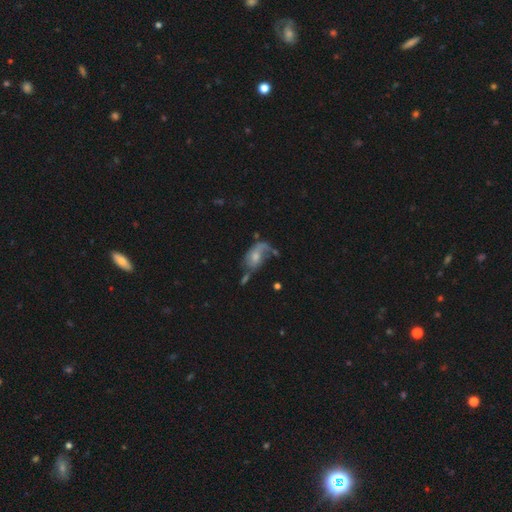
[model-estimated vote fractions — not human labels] smooth_or_featured: featured or disk (p=0.58) [alt: smooth p=0.33]
disk_edge_on: no (p=0.95) [alt: yes p=0.05]
bar: no (p=0.64) [alt: weak p=0.31]
has_spiral_arms: yes (p=0.77) [alt: no p=0.23]
bulge_size: moderate (p=0.47) [alt: small p=0.36]
merging: none (p=0.32) [alt: major disturbance p=0.31]